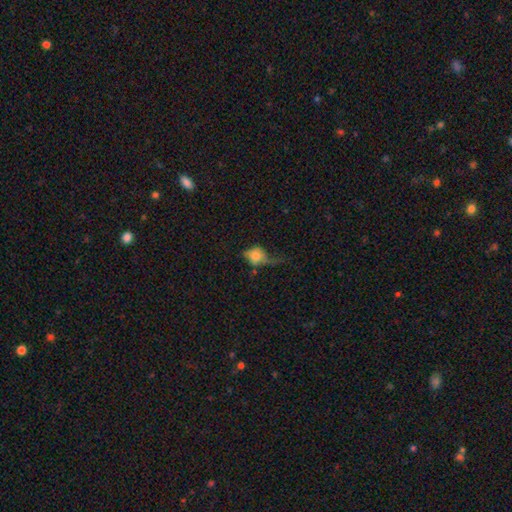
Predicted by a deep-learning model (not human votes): Smooth or featured? smooth (66%)
How rounded? round (51%)
Merging? major disturbance (45%)